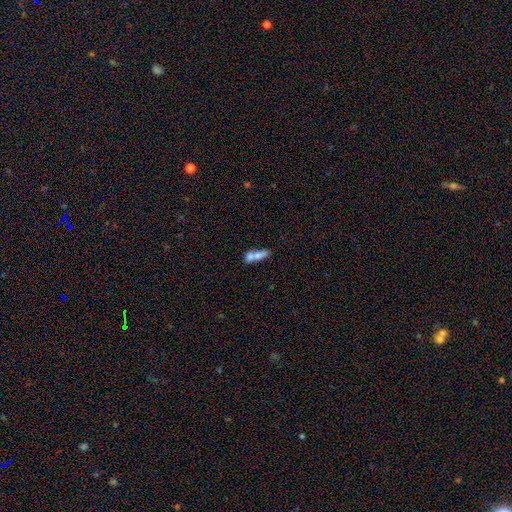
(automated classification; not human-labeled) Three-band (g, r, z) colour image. It shows a smooth galaxy with no disk features (63%) that is in between round and cigar-shaped (57%). Merging: merger (58%).